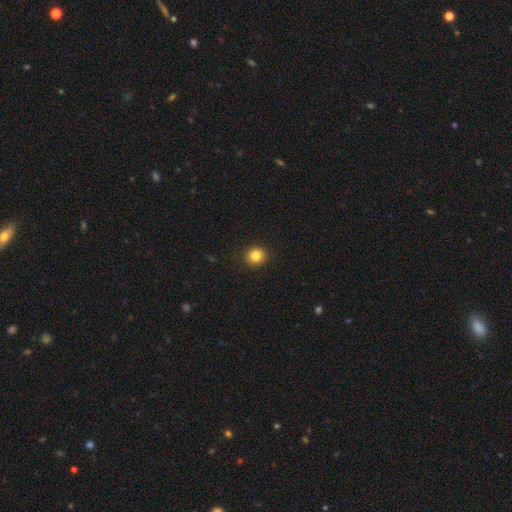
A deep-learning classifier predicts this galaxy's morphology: smooth 84%, star or artifact 11%, featured or disk 5%. Down the decision tree: how rounded — round (86%); merging — none (92%).